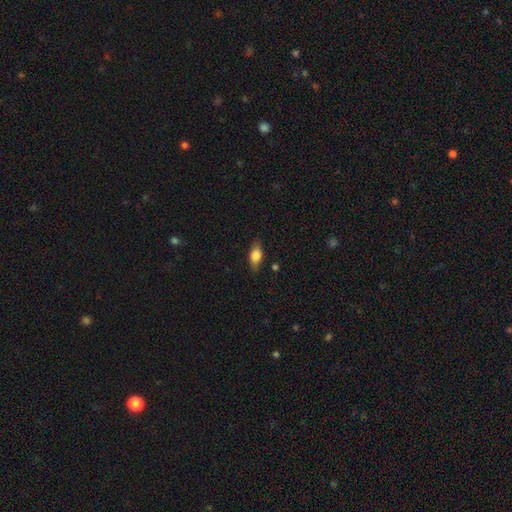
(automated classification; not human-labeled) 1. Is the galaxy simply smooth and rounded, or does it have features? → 75% smooth, 17% featured or disk, 7% star or artifact.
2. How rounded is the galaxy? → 83% in between, 11% cigar-shaped, 6% round.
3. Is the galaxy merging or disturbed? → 81% none, 15% minor disturbance, 3% major disturbance, 1% merger.